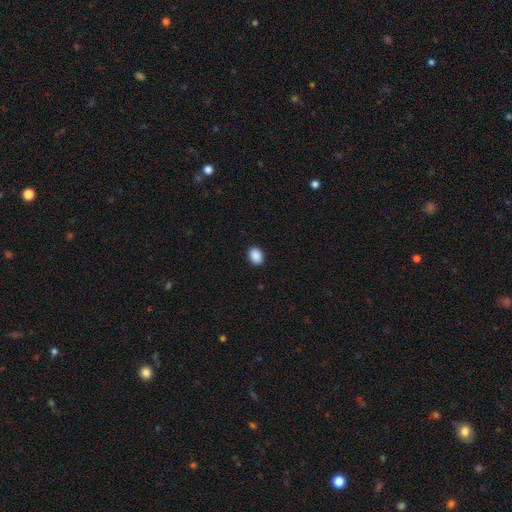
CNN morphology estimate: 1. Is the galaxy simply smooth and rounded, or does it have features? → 90% smooth, 8% star or artifact, 2% featured or disk.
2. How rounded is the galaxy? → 67% in between, 32% round, 1% cigar-shaped.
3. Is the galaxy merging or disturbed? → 91% none, 6% minor disturbance, 2% major disturbance, 1% merger.